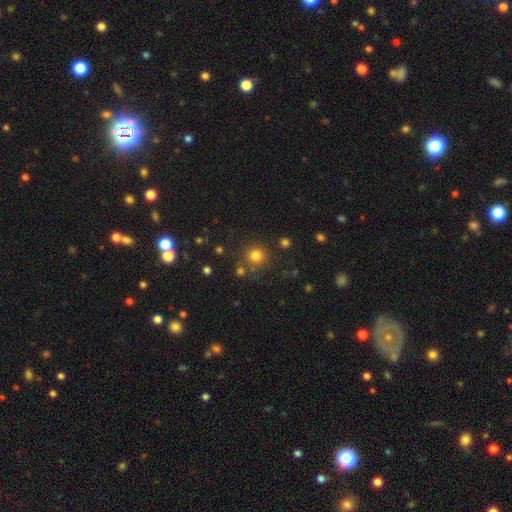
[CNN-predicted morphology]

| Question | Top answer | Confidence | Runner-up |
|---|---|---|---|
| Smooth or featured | smooth | 80% | star or artifact (14%) |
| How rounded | round | 92% | in between (7%) |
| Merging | none | 76% | minor disturbance (10%) |